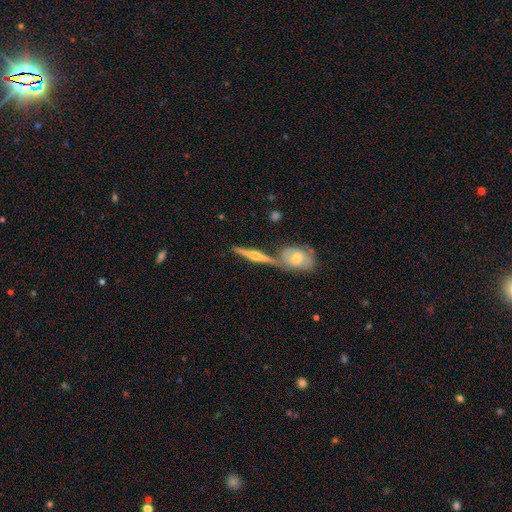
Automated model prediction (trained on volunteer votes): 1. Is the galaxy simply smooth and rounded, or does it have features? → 73% featured or disk, 21% smooth, 6% star or artifact.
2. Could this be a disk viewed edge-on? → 95% yes, 5% no.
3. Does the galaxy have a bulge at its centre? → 89% rounded, 6% none, 5% boxy.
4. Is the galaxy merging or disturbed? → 66% none, 22% merger, 9% minor disturbance, 3% major disturbance.